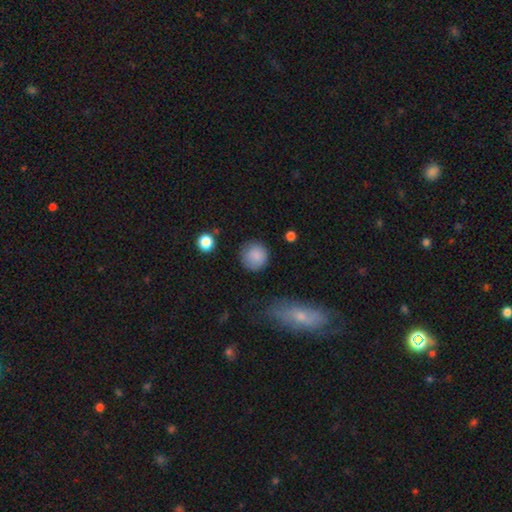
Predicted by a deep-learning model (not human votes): Q: Smooth or featured?
A: smooth (87%); runner-up: star or artifact (8%)
Q: How rounded?
A: round (91%); runner-up: in between (7%)
Q: Merging?
A: none (81%); runner-up: minor disturbance (13%)